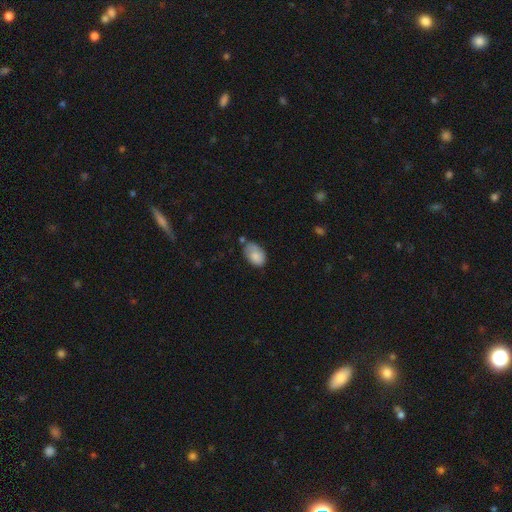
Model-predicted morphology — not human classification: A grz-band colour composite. It shows a smooth galaxy with no disk features (80%) that is in between round and cigar-shaped (90%). Merging: none (48%).